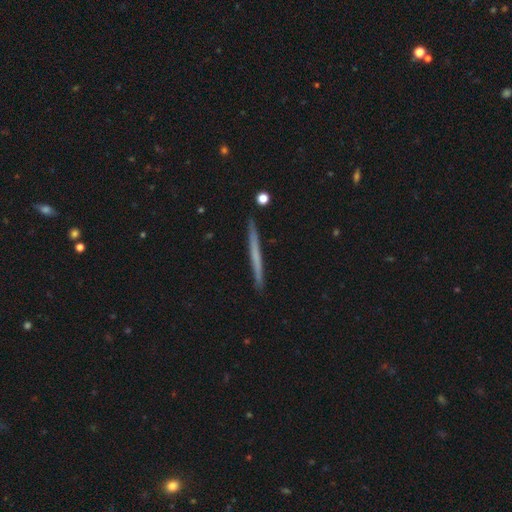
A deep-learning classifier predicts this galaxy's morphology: type=featured or disk (48%); merging=none (92%).